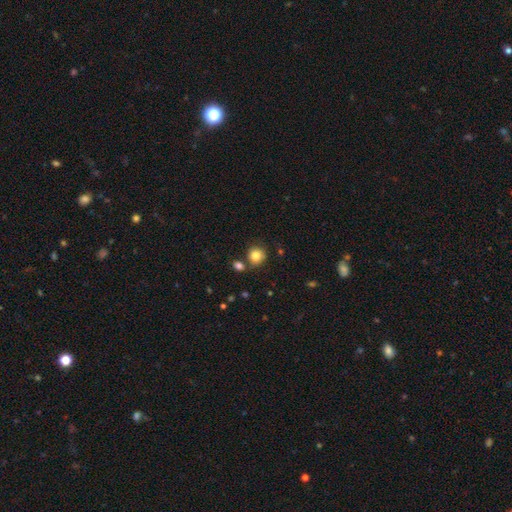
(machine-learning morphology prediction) Q: Smooth or featured?
A: smooth (83%); runner-up: star or artifact (10%)
Q: How rounded?
A: round (87%); runner-up: in between (12%)
Q: Merging?
A: none (74%); runner-up: merger (13%)